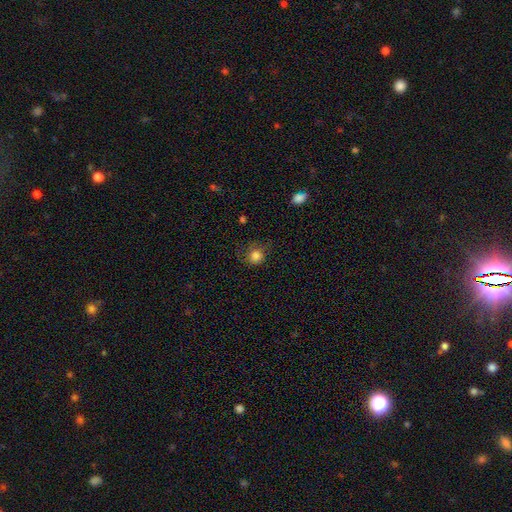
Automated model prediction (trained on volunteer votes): Smooth or featured? Predicted: smooth (p=0.83). How rounded? Predicted: round (p=0.85). Merging? Predicted: none (p=0.67).